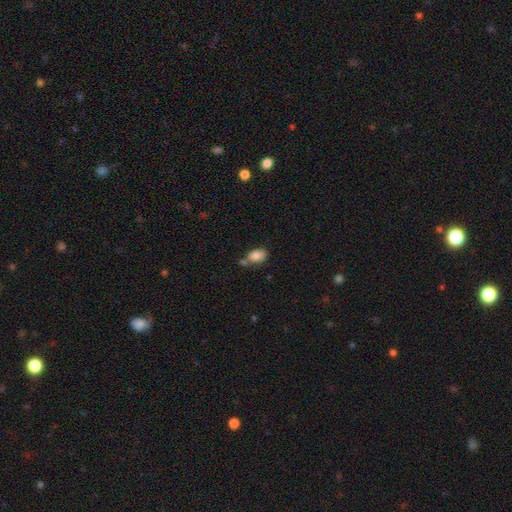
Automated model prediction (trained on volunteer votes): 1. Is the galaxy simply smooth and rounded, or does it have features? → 82% smooth, 9% featured or disk, 8% star or artifact.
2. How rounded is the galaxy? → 86% in between, 12% round, 2% cigar-shaped.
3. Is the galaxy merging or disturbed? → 53% none, 24% merger, 18% minor disturbance, 5% major disturbance.